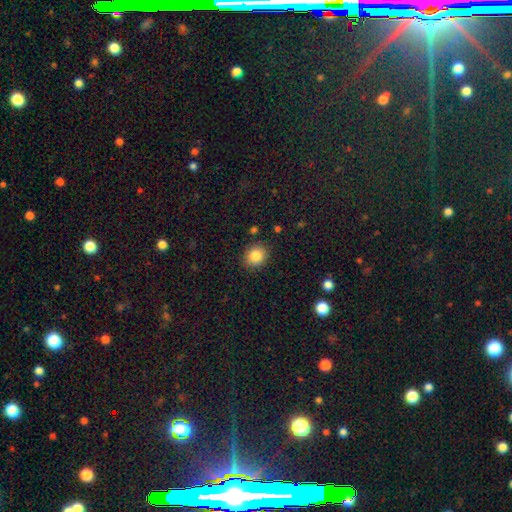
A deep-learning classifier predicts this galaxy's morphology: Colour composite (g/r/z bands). It shows a smooth galaxy with no disk features (85%) that is round (65%). Merging: none (87%).